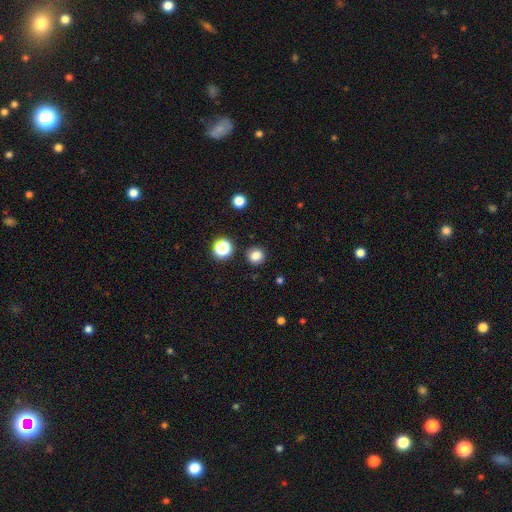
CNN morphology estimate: Smooth or featured?
  - smooth: 81% *
  - star or artifact: 14%
  - featured or disk: 5%
How rounded?
  - round: 91% *
  - in between: 8%
  - cigar-shaped: 1%
Merging?
  - none: 90% *
  - minor disturbance: 6%
  - major disturbance: 2%
  - merger: 2%